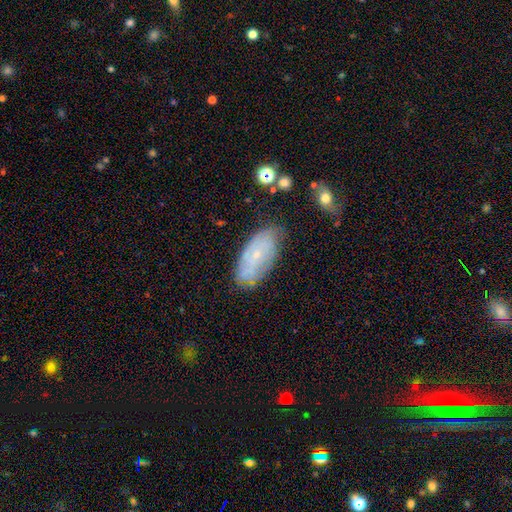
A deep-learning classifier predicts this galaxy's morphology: Smooth or featured? Predicted: featured or disk (p=0.48). Merging? Predicted: none (p=0.69).